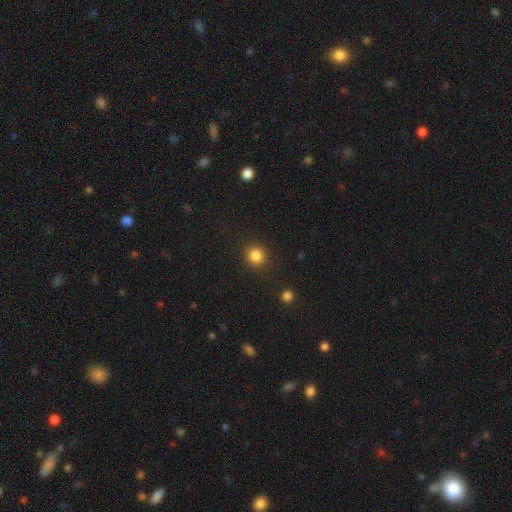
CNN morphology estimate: The model was most divided on "how rounded": round: 86%, in between: 13%, cigar-shaped: 1%. More confident: merging — none (89%); smooth or featured — smooth (85%).